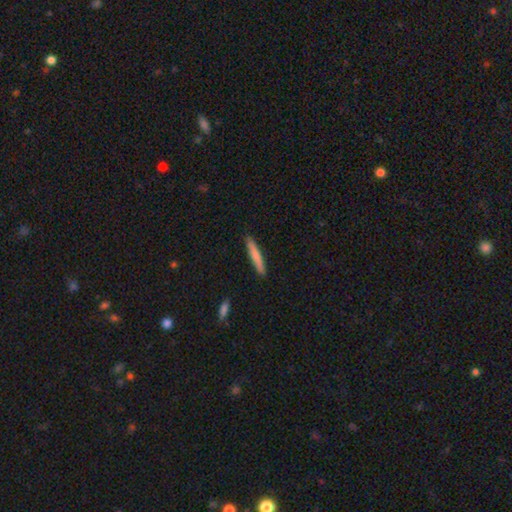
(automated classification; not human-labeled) Smooth or featured: smooth — 74% (featured or disk — 21%)
How rounded: cigar-shaped — 94% (in between — 5%)
Merging: none — 90% (minor disturbance — 8%)